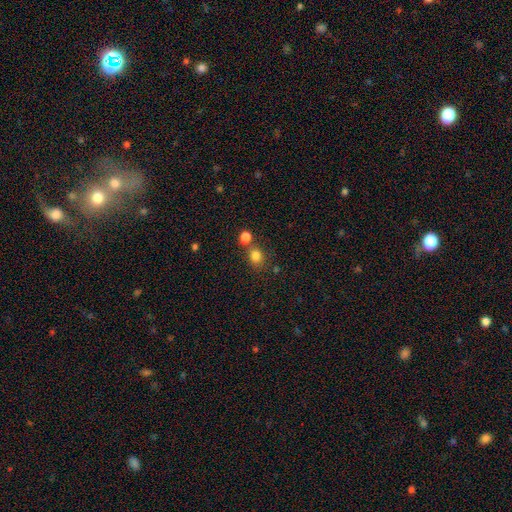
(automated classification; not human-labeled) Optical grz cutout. It shows a smooth galaxy with no disk features (81%) that is round (75%). Merging: none (65%).